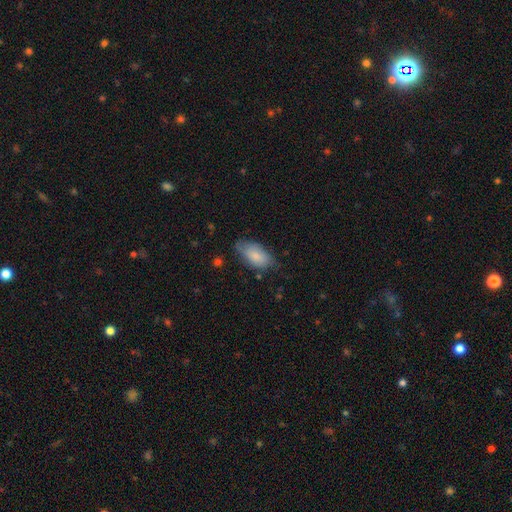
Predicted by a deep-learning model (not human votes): Smooth or featured? Predicted: smooth (p=0.81). How rounded? Predicted: in between (p=0.91). Merging? Predicted: none (p=0.63).